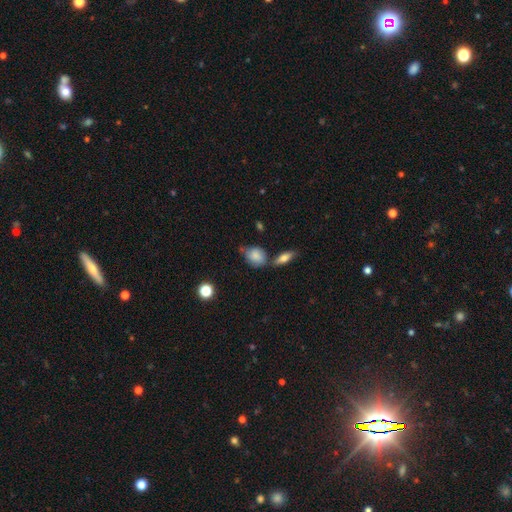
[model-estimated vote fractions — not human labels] Q: Smooth or featured?
A: smooth (81%); runner-up: featured or disk (11%)
Q: How rounded?
A: in between (60%); runner-up: round (37%)
Q: Merging?
A: none (53%); runner-up: minor disturbance (25%)